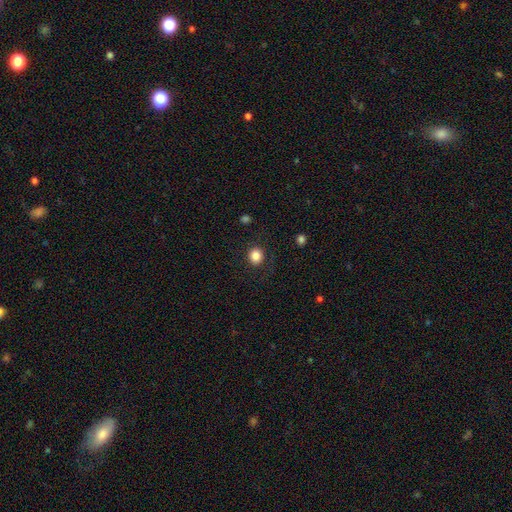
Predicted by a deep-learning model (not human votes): Smooth or featured: smooth — 85% (star or artifact — 10%)
How rounded: round — 81% (in between — 19%)
Merging: none — 87% (minor disturbance — 8%)